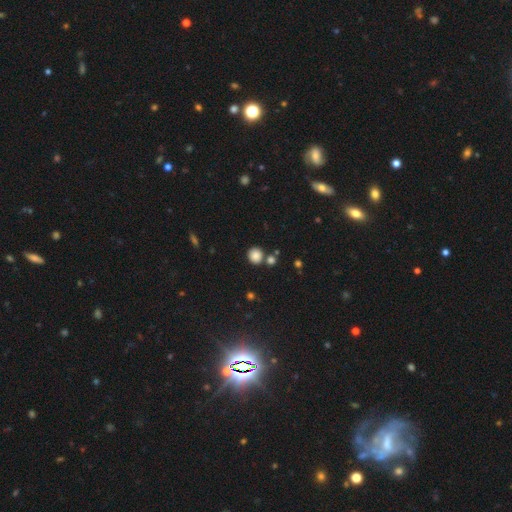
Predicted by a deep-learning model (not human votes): A smooth galaxy with no disk features (85%) that is round (87%). Merging: none (74%).